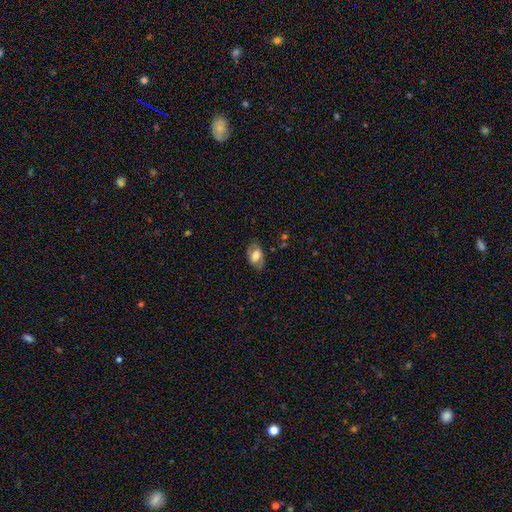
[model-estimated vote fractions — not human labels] A smooth galaxy with no disk features (57%) that is in between round and cigar-shaped (89%).

Vote fractions:
- Smooth or featured? smooth: 57% / featured or disk: 35% / star or artifact: 7%
- How rounded? in between: 89% / round: 9% / cigar-shaped: 2%
- Merging? none: 77% / minor disturbance: 17% / major disturbance: 5% / merger: 1%